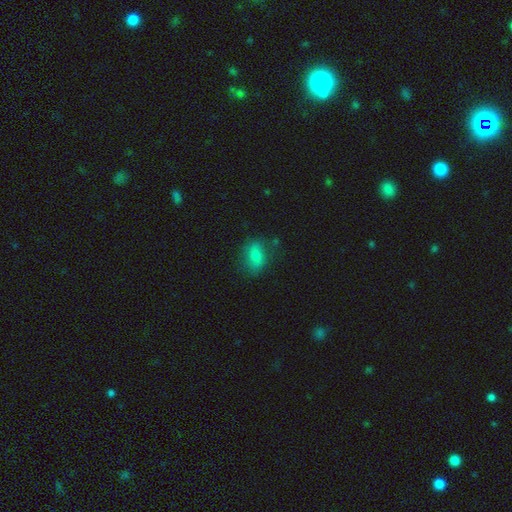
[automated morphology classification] A smooth galaxy with no disk features (63%) that is in between round and cigar-shaped (63%). Merging: none (74%).